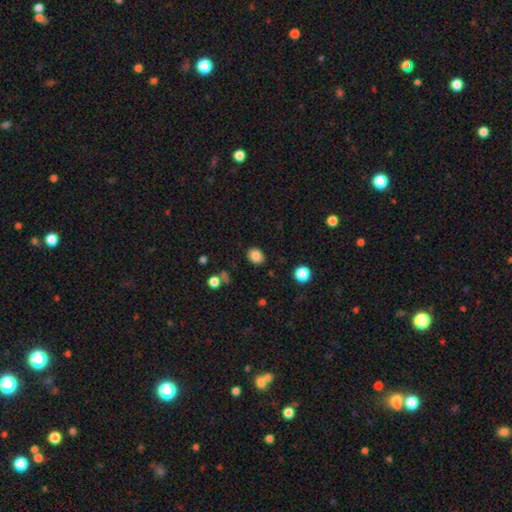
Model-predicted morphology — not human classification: A smooth galaxy with no disk features (85%) that is in between round and cigar-shaped (57%).

Vote fractions:
- Smooth or featured? smooth: 85% / star or artifact: 10% / featured or disk: 5%
- How rounded? in between: 57% / round: 42% / cigar-shaped: 1%
- Merging? none: 85% / minor disturbance: 10% / major disturbance: 3% / merger: 2%